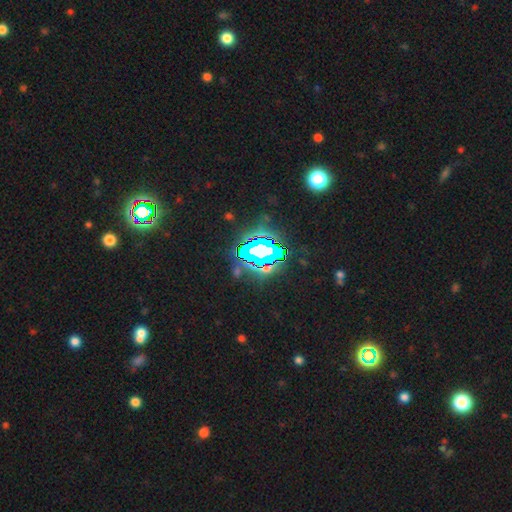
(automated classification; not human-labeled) Smooth or featured: star or artifact — 83% (smooth — 10%)